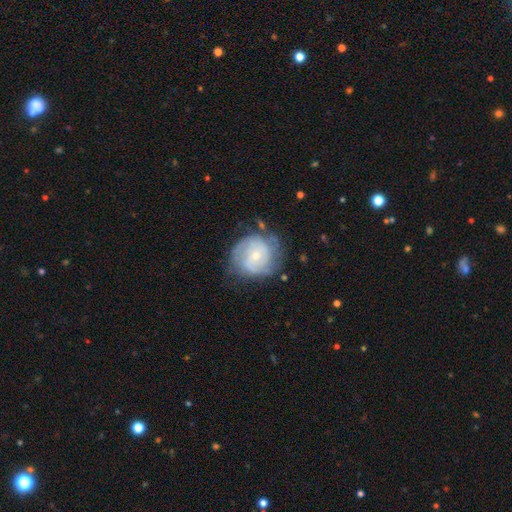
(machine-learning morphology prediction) This appears to be a featured or disk galaxy (73%) with no bar (66%), tight (58%) spiral arms (88%) and a small central bulge (70%). Merging: none (67%).